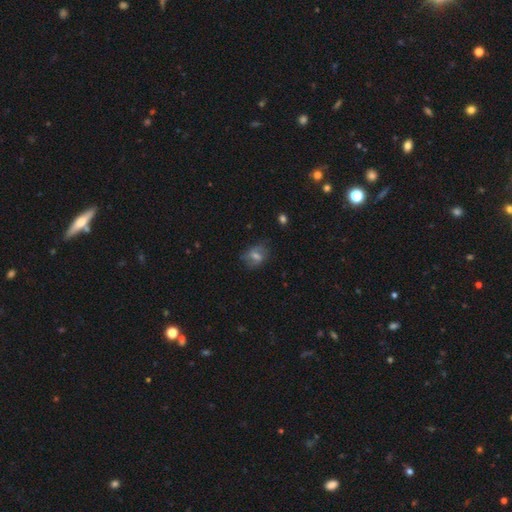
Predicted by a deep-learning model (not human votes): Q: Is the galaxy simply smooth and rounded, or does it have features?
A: smooth — 48%.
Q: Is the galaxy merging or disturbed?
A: none — 69%.